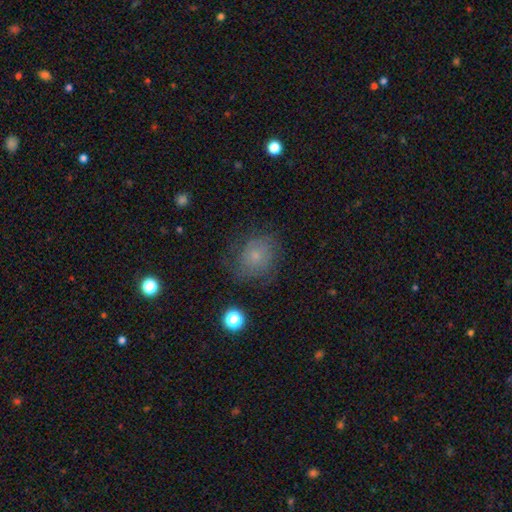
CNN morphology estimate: A smooth galaxy with no disk features (52%) that is round (65%).

Vote fractions:
- Smooth or featured? smooth: 52% / featured or disk: 35% / star or artifact: 13%
- How rounded? round: 65% / in between: 34% / cigar-shaped: 1%
- Merging? none: 65% / minor disturbance: 21% / major disturbance: 12% / merger: 1%